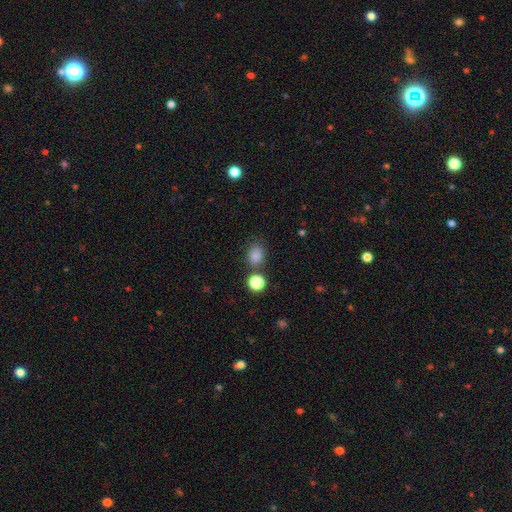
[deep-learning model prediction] Q: Smooth or featured?
A: smooth (83%); runner-up: star or artifact (13%)
Q: How rounded?
A: round (50%); runner-up: in between (48%)
Q: Merging?
A: none (72%); runner-up: minor disturbance (14%)